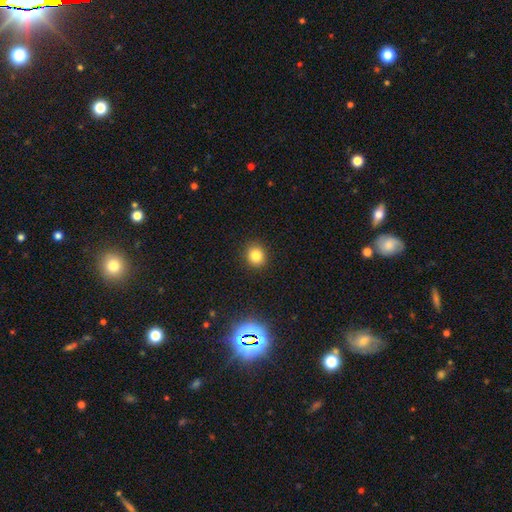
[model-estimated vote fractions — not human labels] A smooth galaxy with no disk features (82%) that is round (84%).

Vote fractions:
- Smooth or featured? smooth: 82% / star or artifact: 13% / featured or disk: 6%
- How rounded? round: 84% / in between: 15% / cigar-shaped: 1%
- Merging? none: 91% / minor disturbance: 6% / major disturbance: 2% / merger: 1%